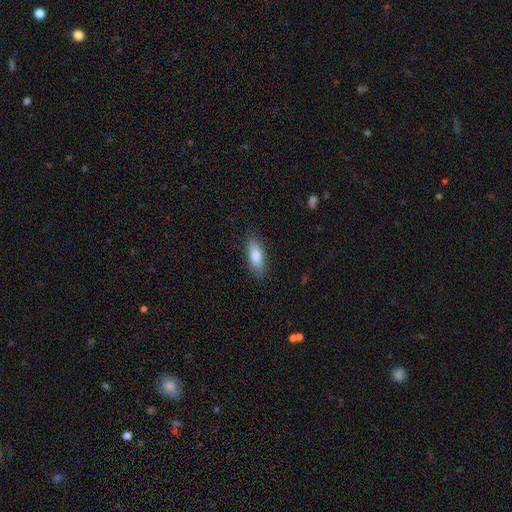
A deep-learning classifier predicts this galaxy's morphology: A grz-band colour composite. It shows a smooth galaxy with no disk features (80%) that is in between round and cigar-shaped (59%). Merging: none (85%).